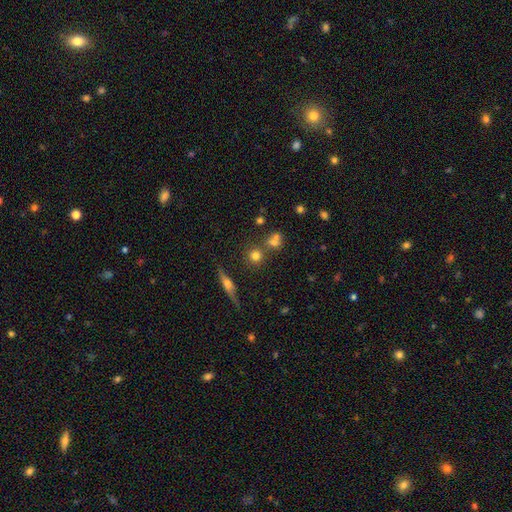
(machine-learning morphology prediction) Smooth or featured? Predicted: smooth (p=0.70). How rounded? Predicted: round (p=0.89). Merging? Predicted: none (p=0.67).